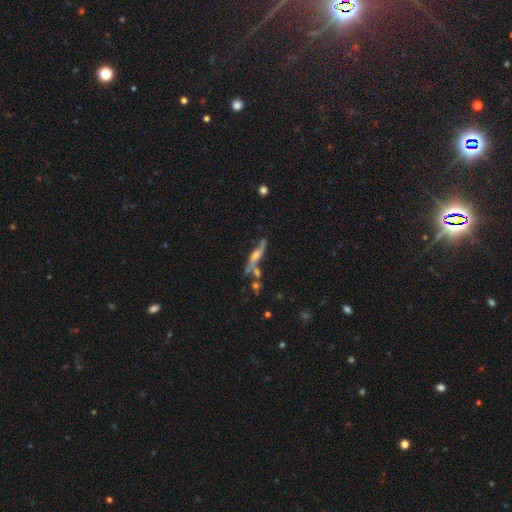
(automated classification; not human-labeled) Overall: featured or disk (69%). Edge-on disk: yes (80%). Edge-on bulge: rounded (80%). Merging: none (56%; minor disturbance 18%).